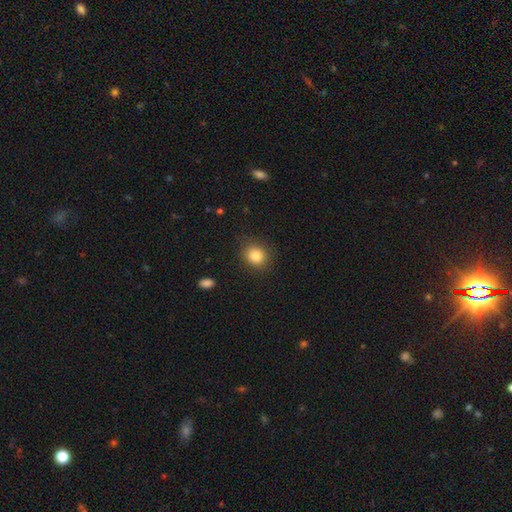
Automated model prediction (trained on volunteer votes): Smooth or featured? smooth (83%)
How rounded? round (78%)
Merging? none (86%)